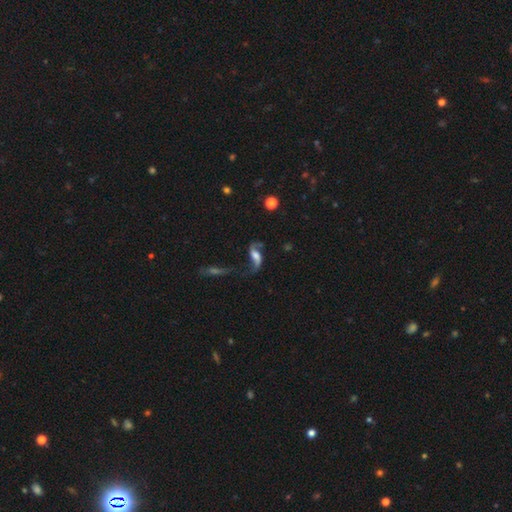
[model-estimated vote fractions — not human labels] Morphology: type=featured or disk (79%); edge-on=no (92%); bar=weak (40%, tied with no); spiral arms=yes (93%); winding=loose (85%); arm count=2 (90%); bulge=moderate (35%); merging=none (55%).